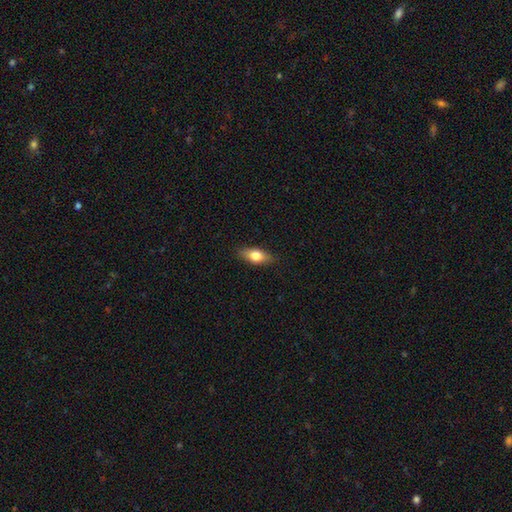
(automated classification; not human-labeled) Morphology: type=smooth (70%); roundness=in between (78%); merging=none (86%).